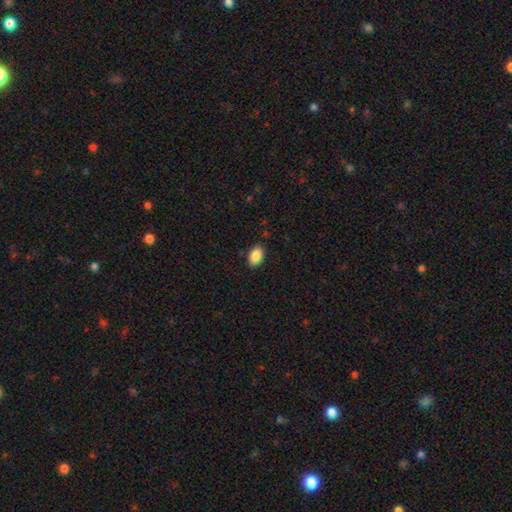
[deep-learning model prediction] This appears to be a smooth galaxy with no disk features (88%) that is in between round and cigar-shaped (89%). Merging: none (88%).